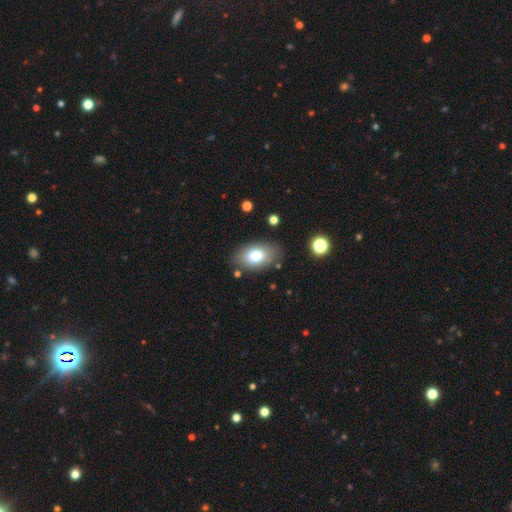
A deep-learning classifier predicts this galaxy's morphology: Smooth or featured? smooth (77%)
How rounded? in between (91%)
Merging? none (81%)